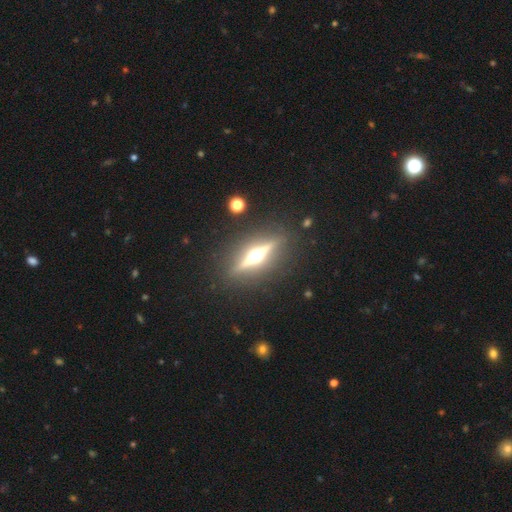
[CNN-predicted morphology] The model was most divided on "smooth or featured": featured or disk: 83%, smooth: 10%, star or artifact: 7%. More confident: edge-on disk — yes (96%); edge-on bulge — rounded (96%); merging — none (89%).